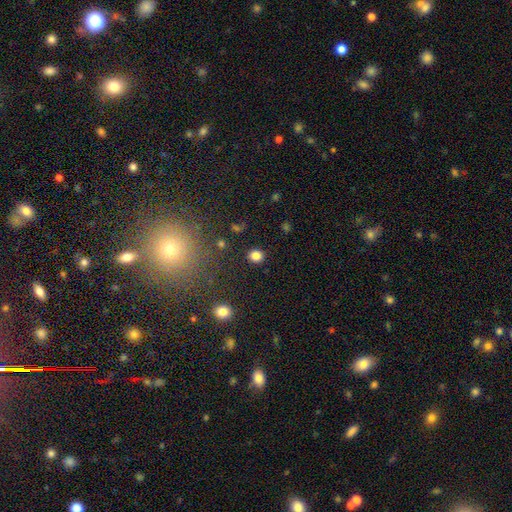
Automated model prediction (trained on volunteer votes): smooth-or-featured: smooth: 83% | star or artifact: 12% | featured or disk: 5%
  how-rounded: round: 81% | in between: 18% | cigar-shaped: 1%
  merging: none: 90% | minor disturbance: 6% | major disturbance: 2% | merger: 2%